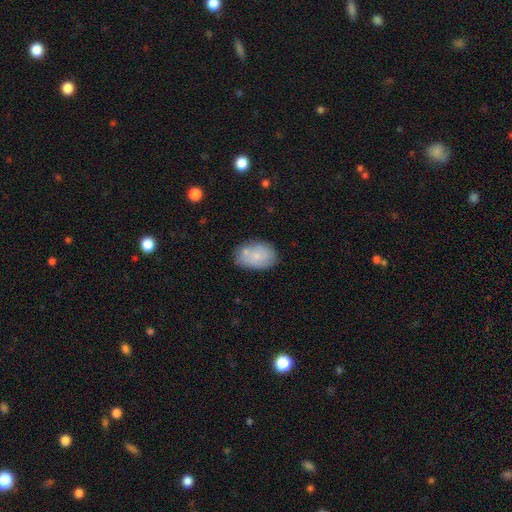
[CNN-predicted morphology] This appears to be a smooth galaxy with no disk features (70%) that is in between round and cigar-shaped (87%). Merging: none (61%).